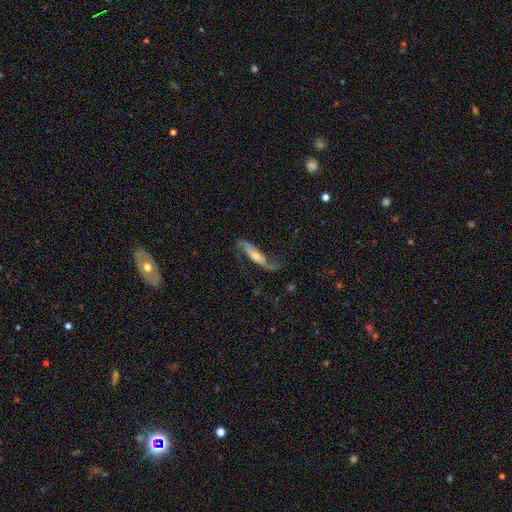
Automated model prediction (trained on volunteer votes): A featured or disk galaxy (74%) with no bar (43%), 2 (88%) loose (74%) spiral arms (92%) and a small central bulge (45%).

Vote fractions:
- Smooth or featured? featured or disk: 74% / smooth: 19% / star or artifact: 7%
- Edge-on disk? no: 74% / yes: 26%
- Bar? no: 43% / strong: 29% / weak: 28%
- Spiral arms? yes: 92% / no: 8%
- Spiral winding? loose: 74% / medium: 19% / tight: 7%
- Spiral arm count? 2: 88% / 1: 5% / can't tell: 4% / 3: 1% / 4: 1% / more than 4: 1%
- Bulge size? small: 45% / moderate: 43% / large: 6% / none: 5% / dominant: 2%
- Merging? none: 62% / minor disturbance: 20% / major disturbance: 16% / merger: 2%